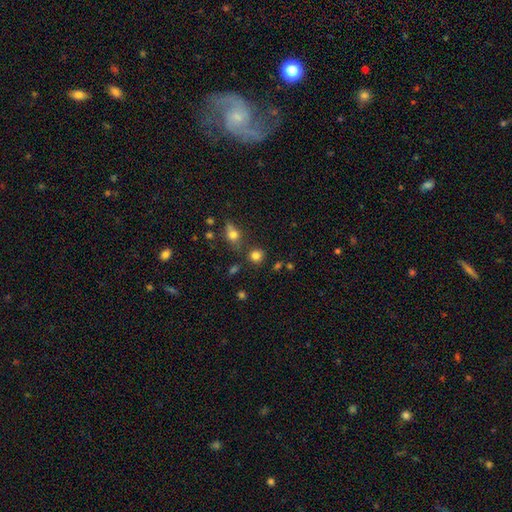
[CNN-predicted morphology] smooth 79%, star or artifact 14%, featured or disk 7%. Down the decision tree: how rounded — round (82%); merging — none (76%).